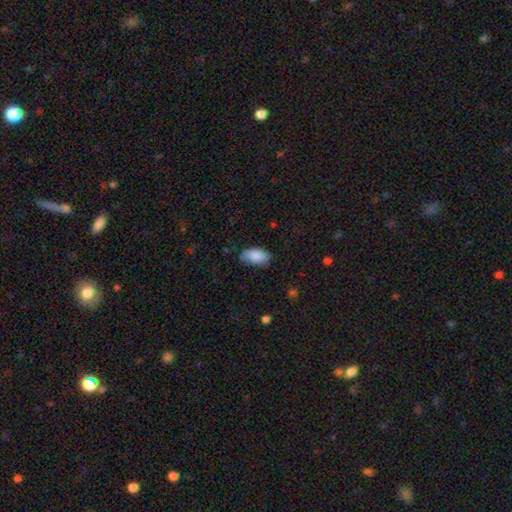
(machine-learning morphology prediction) Smooth or featured?
  - smooth: 87% *
  - featured or disk: 7%
  - star or artifact: 6%
How rounded?
  - in between: 94% *
  - round: 4%
  - cigar-shaped: 2%
Merging?
  - none: 72% *
  - minor disturbance: 22%
  - major disturbance: 4%
  - merger: 1%